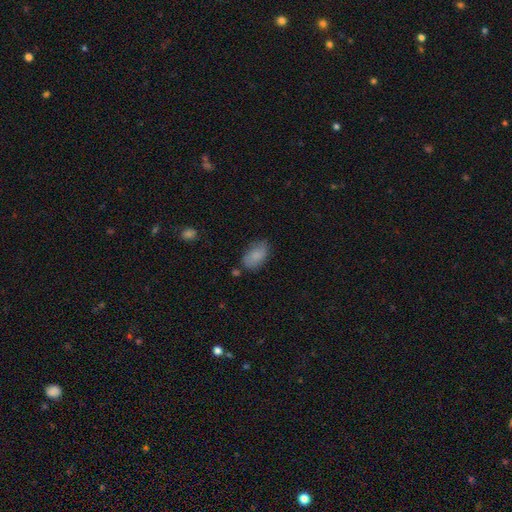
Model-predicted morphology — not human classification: A smooth galaxy with no disk features (84%) that is in between round and cigar-shaped (92%).

Vote fractions:
- Smooth or featured? smooth: 84% / featured or disk: 9% / star or artifact: 7%
- How rounded? in between: 92% / round: 5% / cigar-shaped: 2%
- Merging? none: 71% / minor disturbance: 20% / major disturbance: 5% / merger: 4%